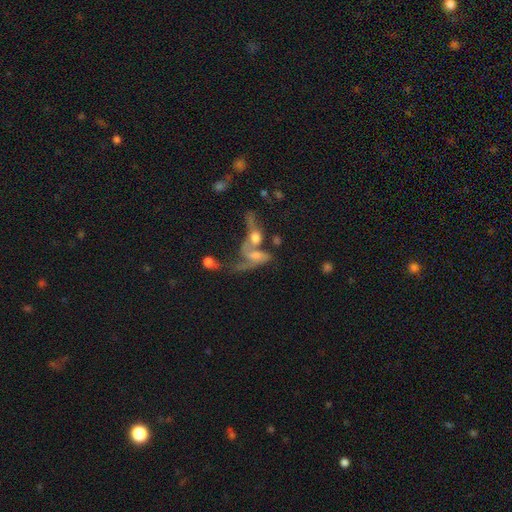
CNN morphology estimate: smooth_or_featured: featured or disk (p=0.48) [alt: smooth p=0.39]
merging: merger (p=0.62) [alt: major disturbance p=0.17]